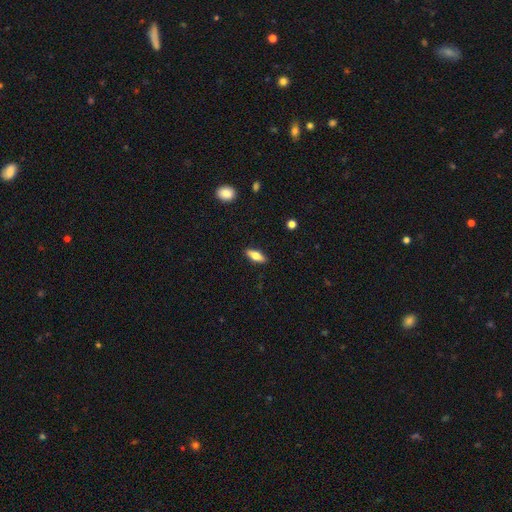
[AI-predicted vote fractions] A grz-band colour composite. It shows a smooth galaxy with no disk features (62%) that is in between round and cigar-shaped (65%). Merging: none (89%).